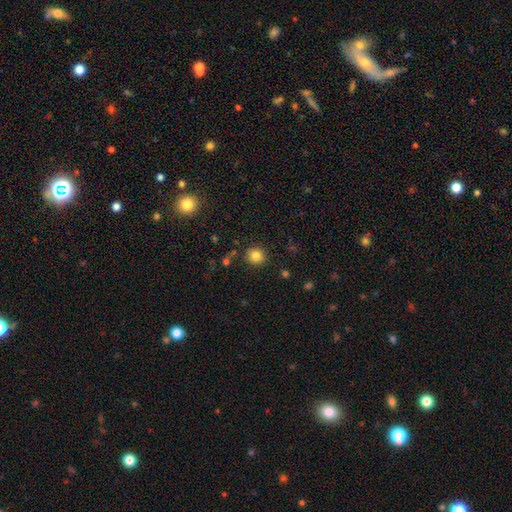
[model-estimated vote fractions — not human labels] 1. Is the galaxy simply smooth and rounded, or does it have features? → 83% smooth, 12% star or artifact, 6% featured or disk.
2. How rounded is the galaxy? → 88% round, 11% in between, 1% cigar-shaped.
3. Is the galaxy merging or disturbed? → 87% none, 8% minor disturbance, 3% major disturbance, 3% merger.